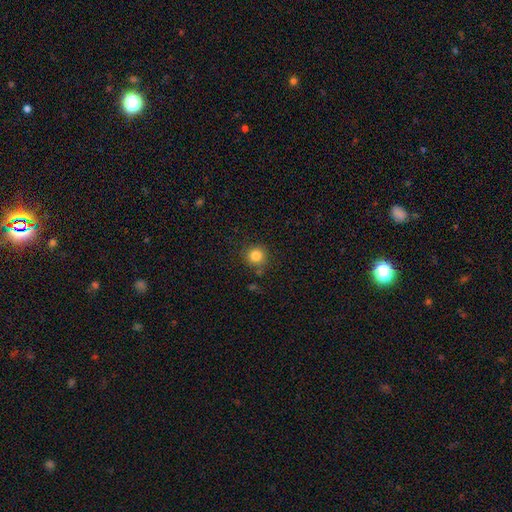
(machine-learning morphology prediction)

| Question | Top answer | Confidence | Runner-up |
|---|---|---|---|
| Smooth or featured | smooth | 83% | star or artifact (11%) |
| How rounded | round | 93% | in between (6%) |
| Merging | none | 83% | minor disturbance (10%) |